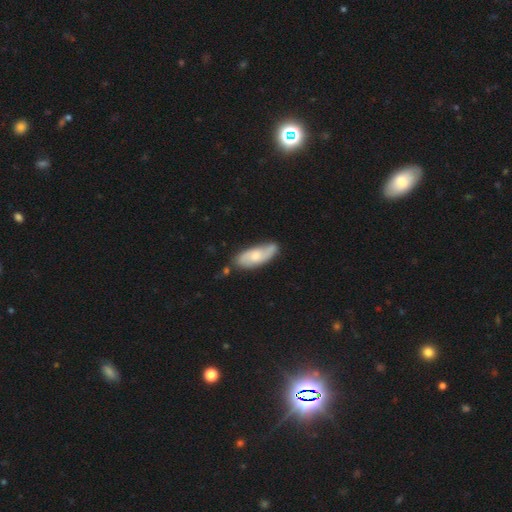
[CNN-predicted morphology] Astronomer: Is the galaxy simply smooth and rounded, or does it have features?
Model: smooth — 50% (runner-up: featured or disk, 44%).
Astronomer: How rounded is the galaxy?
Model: in between — 72%.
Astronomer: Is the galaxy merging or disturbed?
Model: none — 65%.